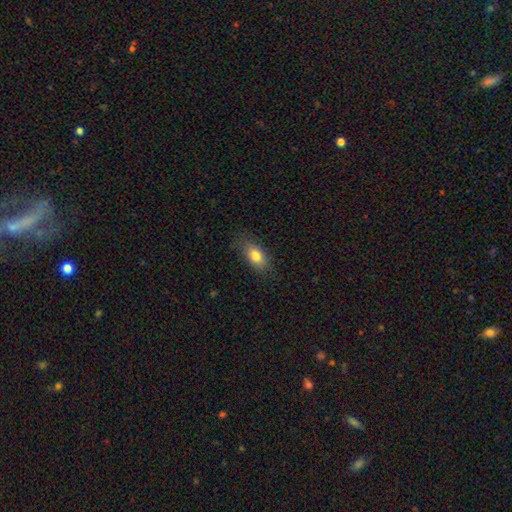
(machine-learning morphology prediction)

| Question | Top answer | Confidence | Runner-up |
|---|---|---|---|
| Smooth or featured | smooth | 80% | featured or disk (12%) |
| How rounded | in between | 86% | round (7%) |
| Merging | none | 78% | minor disturbance (16%) |